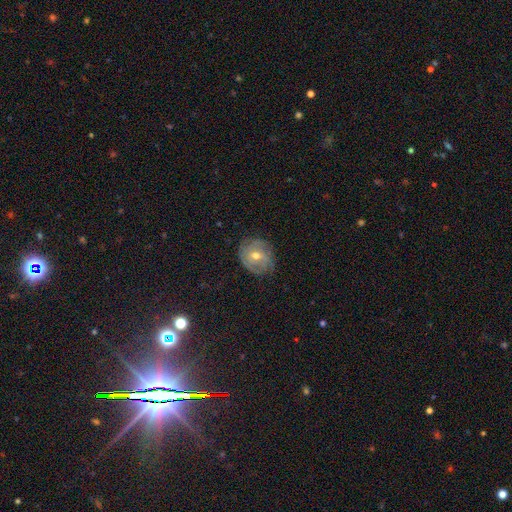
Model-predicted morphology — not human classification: smooth-or-featured: featured or disk: 57% | smooth: 34% | star or artifact: 9%
  disk-edge-on: no: 96% | yes: 4%
    bar: no: 63% | weak: 30% | strong: 7%
    has-spiral-arms: yes: 76% | no: 24%
    bulge-size: moderate: 72% | small: 23% | large: 3% | none: 1% | dominant: 1%
  merging: none: 72% | minor disturbance: 20% | major disturbance: 6% | merger: 1%